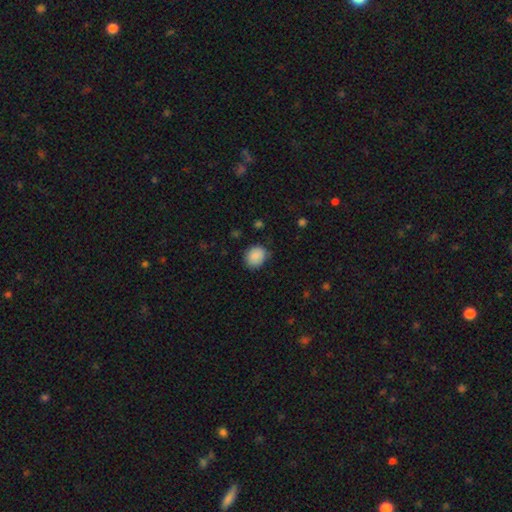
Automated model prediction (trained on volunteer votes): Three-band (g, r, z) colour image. It shows a smooth galaxy with no disk features (88%) that is round (65%). Merging: none (77%).